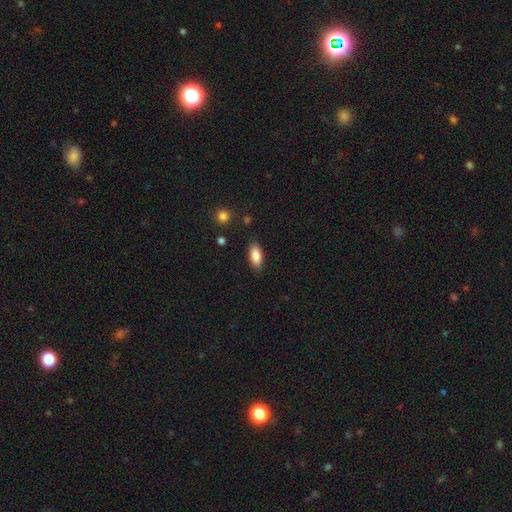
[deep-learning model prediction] Smooth or featured? smooth (87%)
How rounded? in between (86%)
Merging? none (85%)